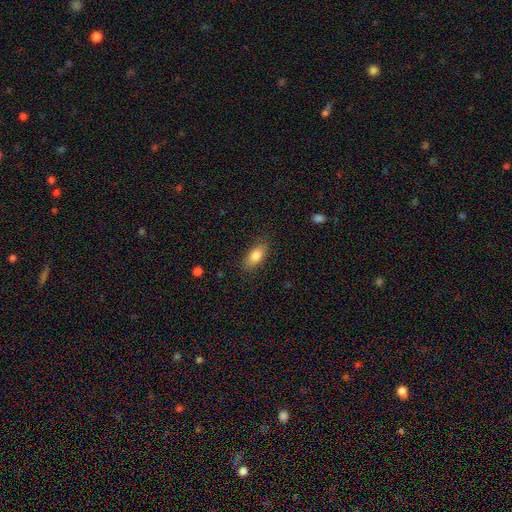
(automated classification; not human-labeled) smooth 82%, featured or disk 11%, star or artifact 7%. Down the decision tree: how rounded — in between (85%); merging — none (84%).